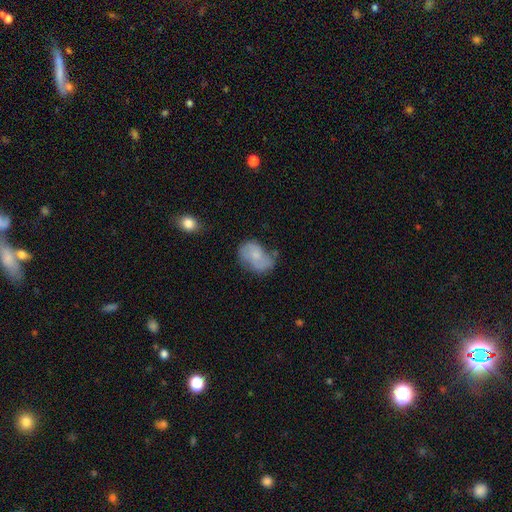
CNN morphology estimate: smooth_or_featured: smooth (p=0.58) [alt: featured or disk p=0.33]
how_rounded: in between (p=0.81) [alt: round p=0.18]
merging: none (p=0.45) [alt: minor disturbance p=0.32]